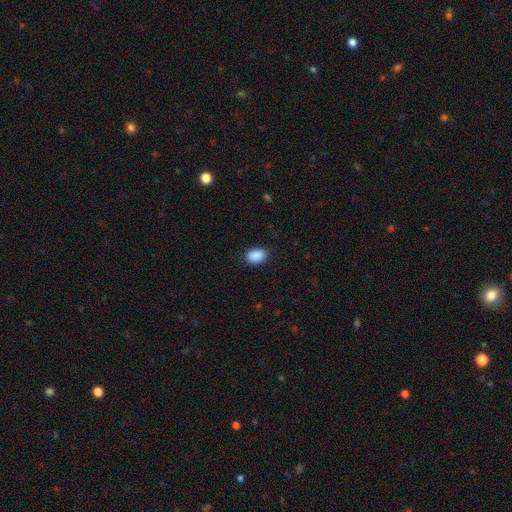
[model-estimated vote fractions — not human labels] Smooth or featured? smooth (90%)
How rounded? in between (84%)
Merging? none (85%)